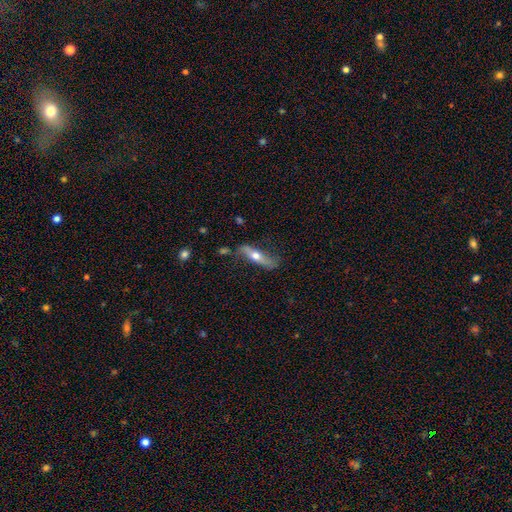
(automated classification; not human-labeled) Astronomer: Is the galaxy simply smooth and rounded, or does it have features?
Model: featured or disk — 50% (runner-up: smooth, 44%).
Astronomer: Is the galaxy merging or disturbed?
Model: none — 67%.